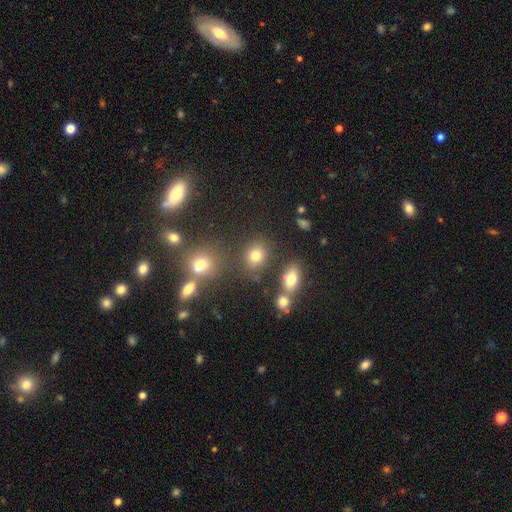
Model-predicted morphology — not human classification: A smooth galaxy with no disk features (74%) that is round (60%). Merging: none (73%).